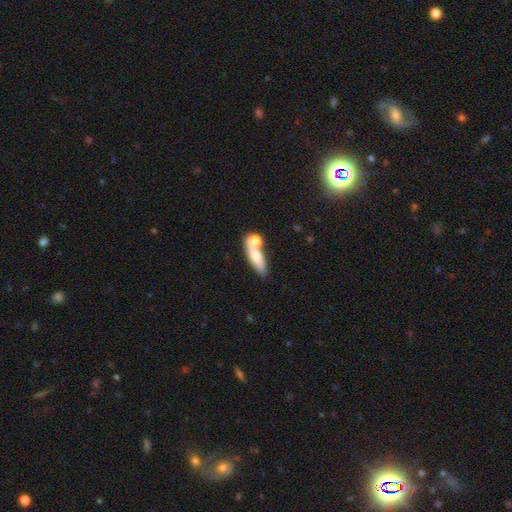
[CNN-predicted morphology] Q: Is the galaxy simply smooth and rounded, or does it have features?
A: smooth — 69%.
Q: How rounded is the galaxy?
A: in between — 48%.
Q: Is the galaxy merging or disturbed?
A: none — 43%.